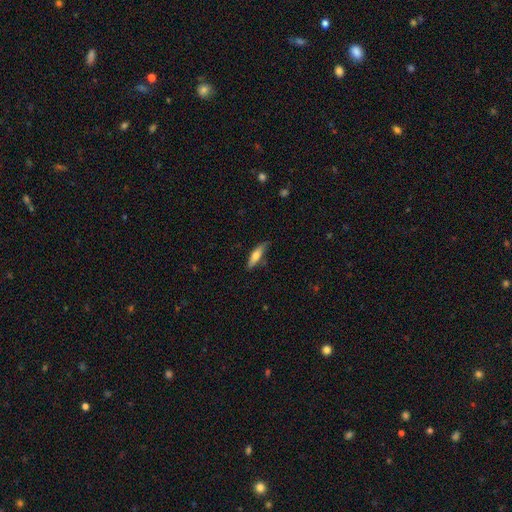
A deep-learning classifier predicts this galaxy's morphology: smooth-or-featured: smooth: 61% | featured or disk: 33% | star or artifact: 6%
  how-rounded: cigar-shaped: 65% | in between: 33% | round: 2%
  merging: none: 75% | minor disturbance: 20% | major disturbance: 3% | merger: 2%